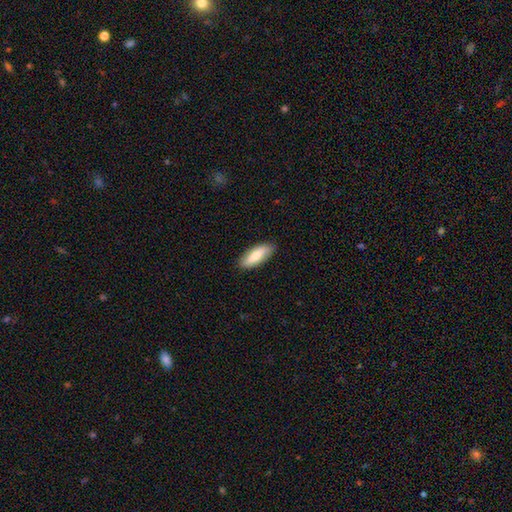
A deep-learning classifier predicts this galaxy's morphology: This is likely a smooth galaxy (71%). How rounded: likely in between (74%). Merging: clearly none (87%).